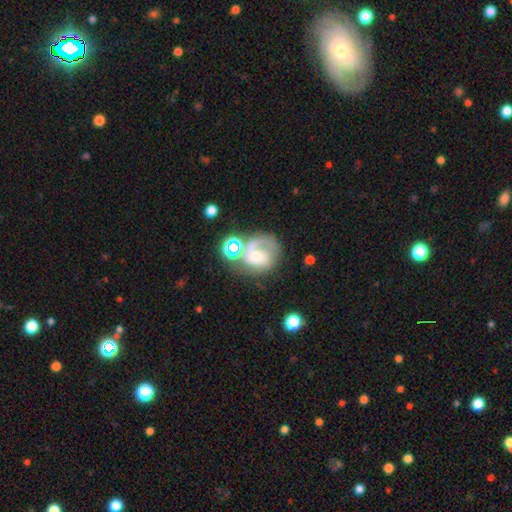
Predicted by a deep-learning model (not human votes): Morphology: type=featured or disk (66%); edge-on=no (98%); bar=no (65%); spiral arms=yes (83%); winding=tight (43%); arm count=1 (47%); bulge=small (47%); merging=none (42%).